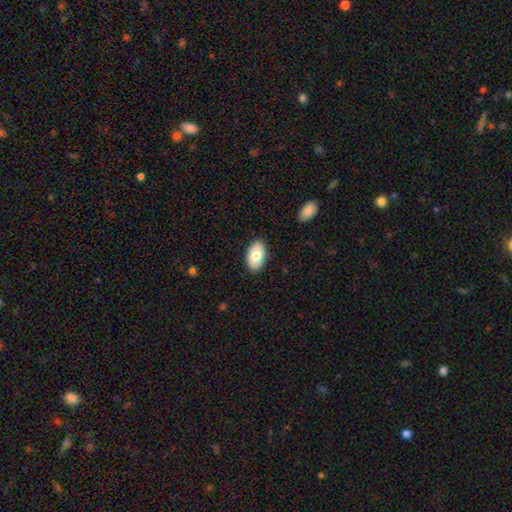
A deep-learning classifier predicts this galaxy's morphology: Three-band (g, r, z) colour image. It shows a smooth galaxy with no disk features (78%) that is in between round and cigar-shaped (94%). Merging: none (88%).